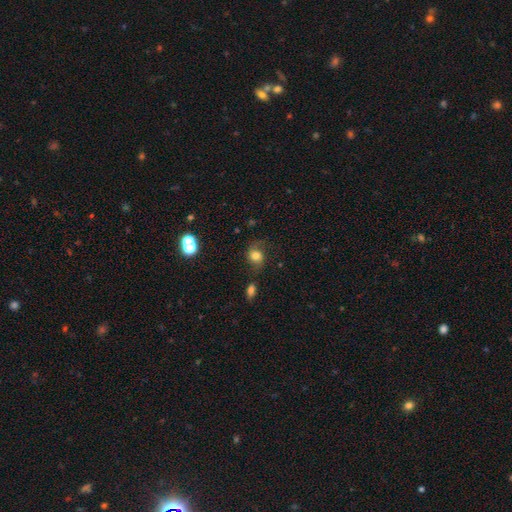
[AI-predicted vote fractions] smooth_or_featured: smooth (p=0.64) [alt: featured or disk p=0.23]
how_rounded: round (p=0.58) [alt: in between p=0.41]
merging: none (p=0.56) [alt: minor disturbance p=0.24]